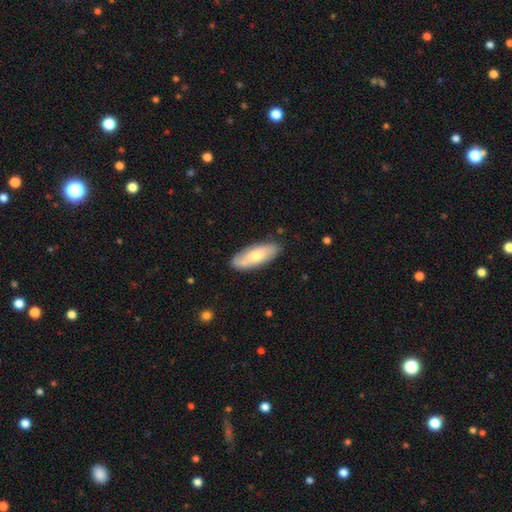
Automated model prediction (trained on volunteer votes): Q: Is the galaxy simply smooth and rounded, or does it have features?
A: smooth — 56%.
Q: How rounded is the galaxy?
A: in between — 75%.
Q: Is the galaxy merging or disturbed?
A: none — 80%.